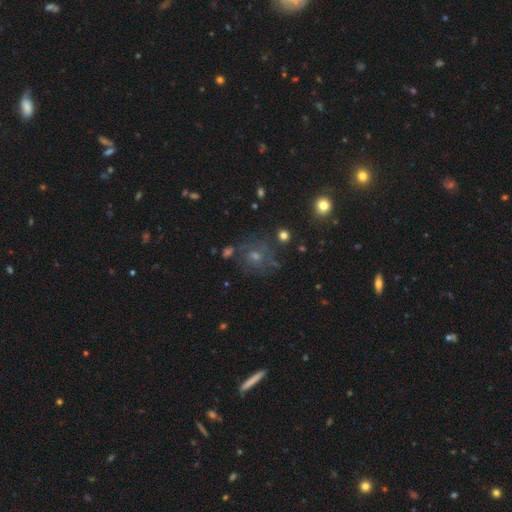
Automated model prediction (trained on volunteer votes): Smooth or featured? Predicted: featured or disk (p=0.51). Edge-on disk? Predicted: no (p=0.97). Merging? Predicted: none (p=0.66).